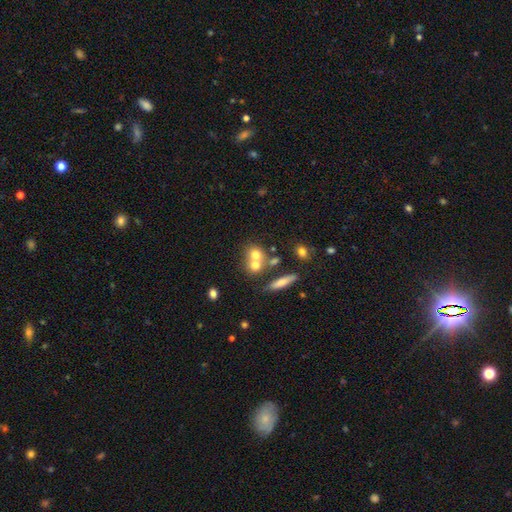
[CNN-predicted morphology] Smooth or featured? smooth (65%)
How rounded? round (72%)
Merging? merger (56%)